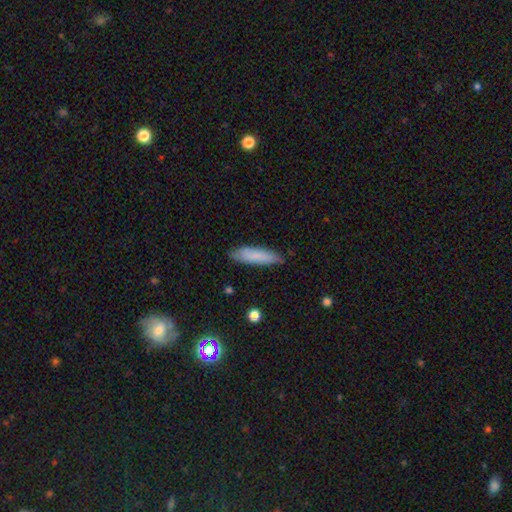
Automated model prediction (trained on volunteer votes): smooth 80%, featured or disk 13%, star or artifact 7%. Down the decision tree: how rounded — cigar-shaped (69%); merging — none (80%).